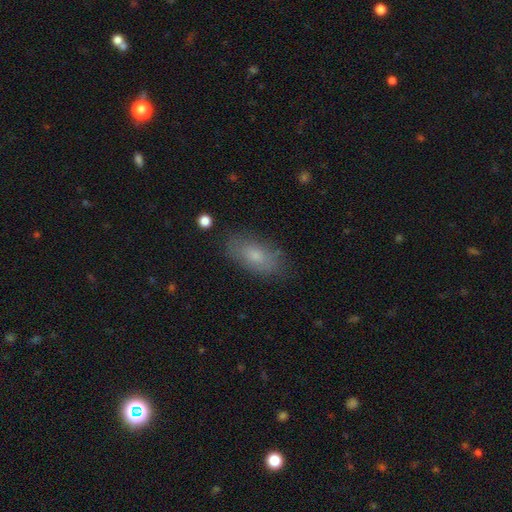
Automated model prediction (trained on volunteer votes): A smooth galaxy with no disk features (74%) that is in between round and cigar-shaped (89%).

Vote fractions:
- Smooth or featured? smooth: 74% / featured or disk: 18% / star or artifact: 8%
- How rounded? in between: 89% / cigar-shaped: 7% / round: 4%
- Merging? none: 80% / minor disturbance: 15% / major disturbance: 4% / merger: 1%